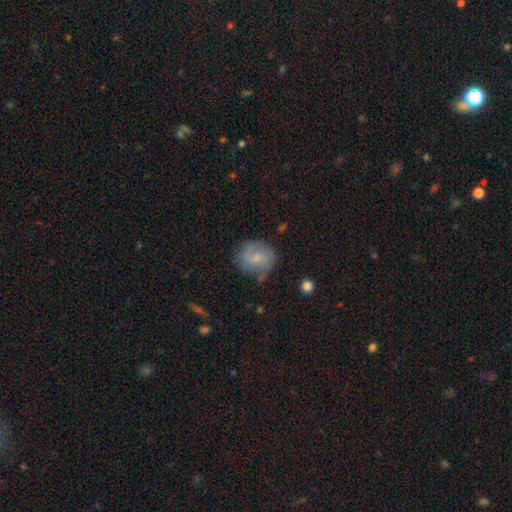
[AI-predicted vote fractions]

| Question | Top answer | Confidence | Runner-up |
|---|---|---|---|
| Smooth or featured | smooth | 50% | featured or disk (41%) |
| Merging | none | 72% | minor disturbance (20%) |